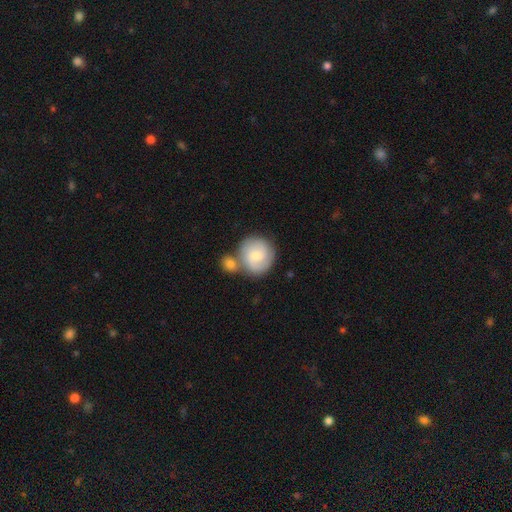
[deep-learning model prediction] This is possibly a smooth galaxy (55%). How rounded: clearly round (88%). Merging: possibly none (48%).